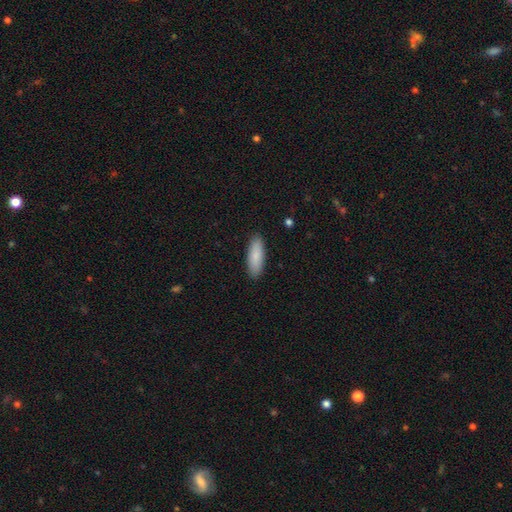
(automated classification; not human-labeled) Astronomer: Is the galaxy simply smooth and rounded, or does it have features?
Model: smooth — 87%.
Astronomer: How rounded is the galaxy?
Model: in between — 62%.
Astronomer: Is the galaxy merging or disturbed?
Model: none — 89%.